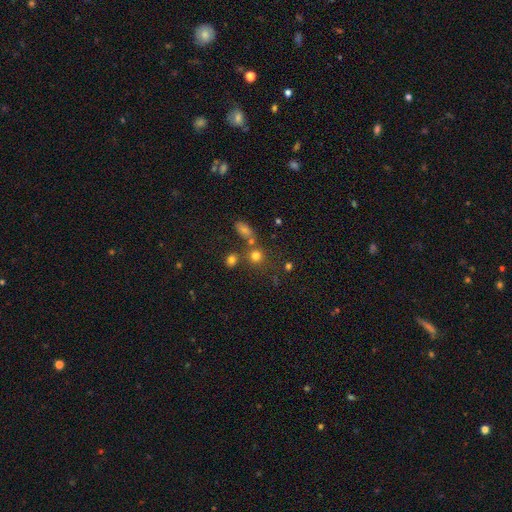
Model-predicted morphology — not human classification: This appears to be a smooth galaxy with no disk features (75%) that is round (83%). Merging: none (63%).